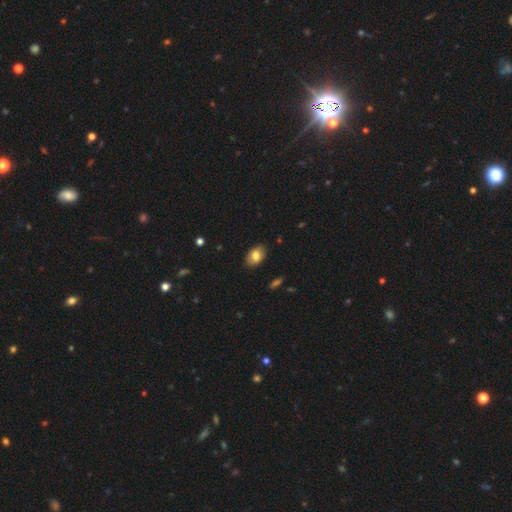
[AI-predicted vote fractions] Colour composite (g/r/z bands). It shows a smooth galaxy with no disk features (78%) that is in between round and cigar-shaped (90%). Merging: none (86%).